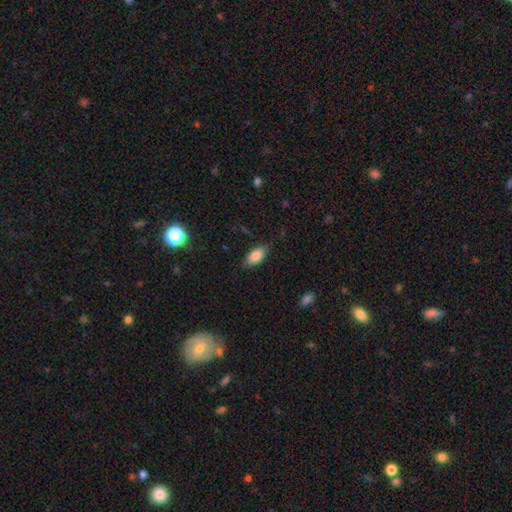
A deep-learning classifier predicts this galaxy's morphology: smooth-or-featured: smooth: 83% | featured or disk: 10% | star or artifact: 7%
  how-rounded: in between: 90% | cigar-shaped: 7% | round: 3%
  merging: none: 81% | minor disturbance: 15% | major disturbance: 3% | merger: 1%